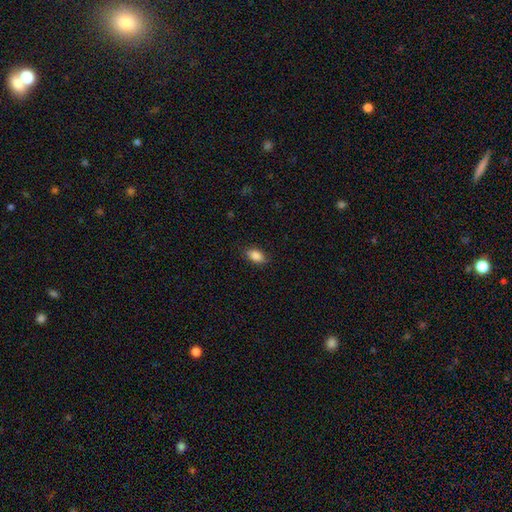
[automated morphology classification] The model was most divided on "merging": none: 84%, minor disturbance: 12%, major disturbance: 3%, merger: 1%. More confident: how rounded — in between (89%); smooth or featured — smooth (88%).